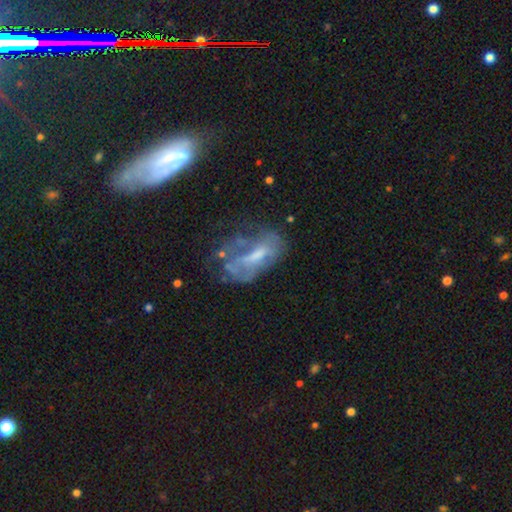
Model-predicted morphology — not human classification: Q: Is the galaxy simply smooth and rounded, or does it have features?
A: featured or disk — 57%.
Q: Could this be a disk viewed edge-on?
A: no — 93%.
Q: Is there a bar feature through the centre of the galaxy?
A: no — 54%.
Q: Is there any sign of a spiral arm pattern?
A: no — 74%.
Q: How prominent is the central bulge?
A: moderate — 38%.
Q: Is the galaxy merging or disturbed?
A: none — 34%.